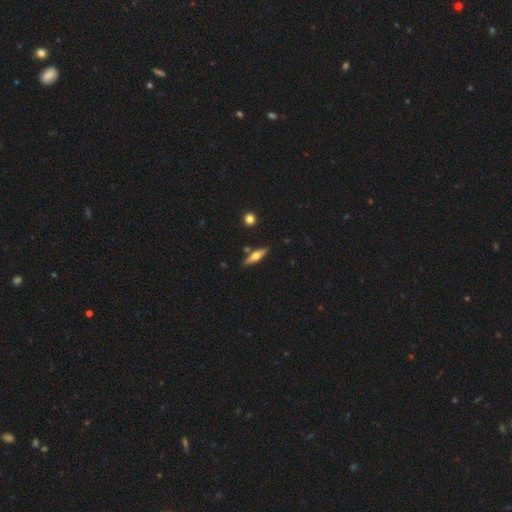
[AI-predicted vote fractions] Overall: smooth (49%; featured or disk 45%). Merging: none (82%).